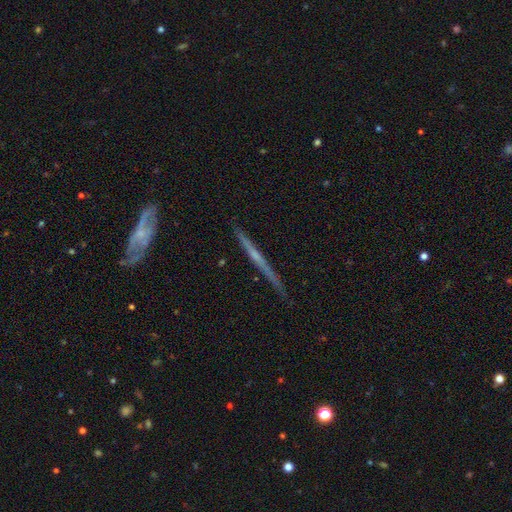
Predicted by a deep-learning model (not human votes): featured or disk 73%, smooth 21%, star or artifact 6%. Down the decision tree: edge-on disk — yes (97%); edge-on bulge — none (58%); merging — none (84%).